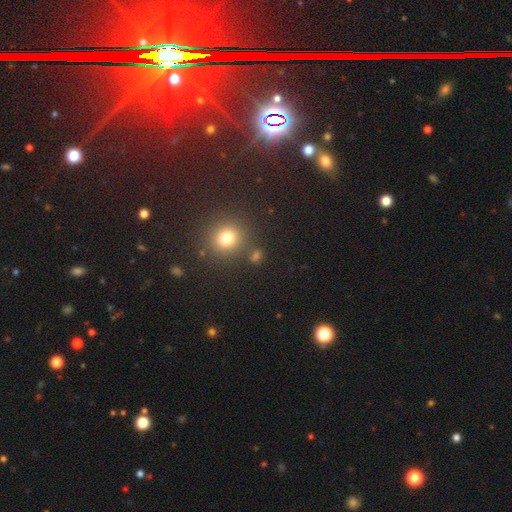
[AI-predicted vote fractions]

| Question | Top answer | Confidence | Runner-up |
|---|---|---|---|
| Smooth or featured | smooth | 66% | star or artifact (27%) |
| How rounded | round | 82% | in between (17%) |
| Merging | none | 80% | merger (8%) |